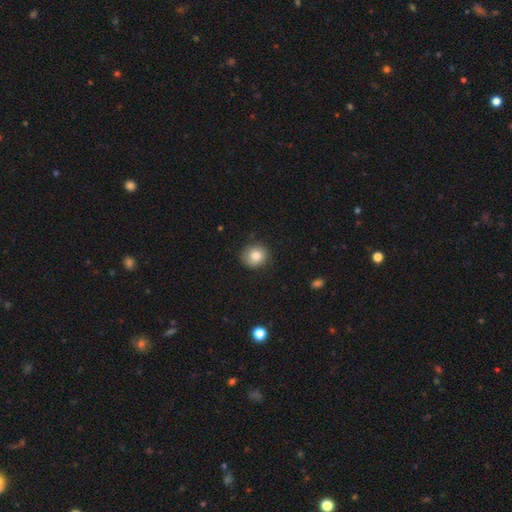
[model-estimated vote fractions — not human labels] A smooth galaxy with no disk features (82%) that is round (86%). Merging: none (85%).